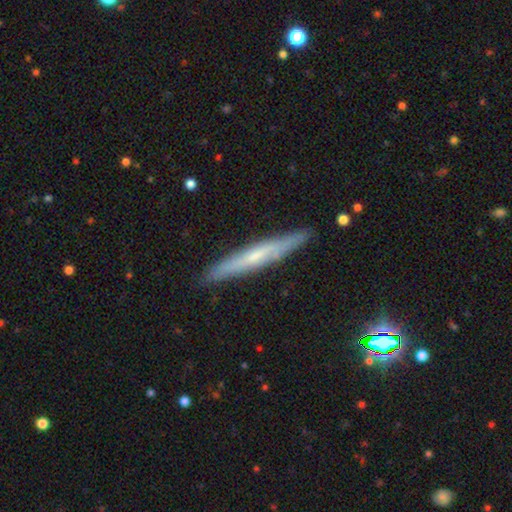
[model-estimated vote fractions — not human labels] Smooth or featured? Predicted: featured or disk (p=0.53). Edge-on disk? Predicted: yes (p=0.89). Merging? Predicted: none (p=0.87).